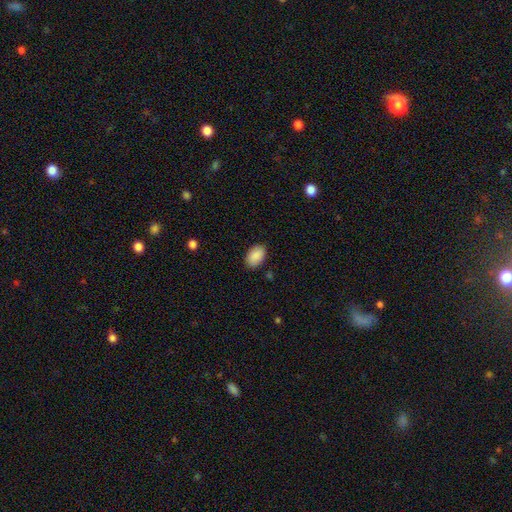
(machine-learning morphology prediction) The model was most divided on "merging": none: 86%, minor disturbance: 10%, major disturbance: 2%, merger: 1%. More confident: how rounded — in between (90%); smooth or featured — smooth (90%).